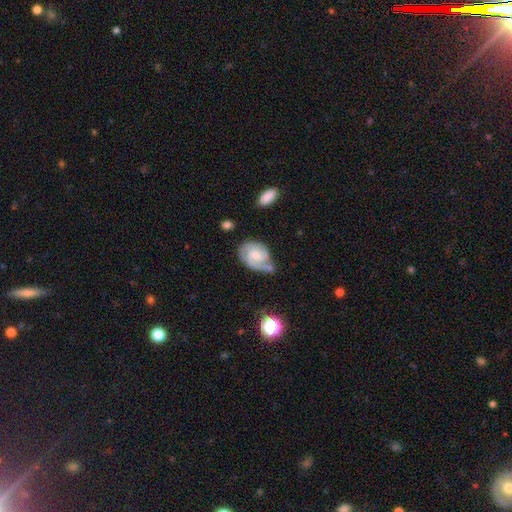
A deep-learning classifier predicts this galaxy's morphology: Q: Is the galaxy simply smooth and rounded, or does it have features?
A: featured or disk — 77%.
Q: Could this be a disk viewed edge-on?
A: no — 98%.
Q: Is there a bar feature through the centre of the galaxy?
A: no — 52%.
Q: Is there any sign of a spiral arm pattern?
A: yes — 95%.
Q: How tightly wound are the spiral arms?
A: tight — 51%.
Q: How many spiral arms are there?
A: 2 — 59%.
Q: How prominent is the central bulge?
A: moderate — 31%.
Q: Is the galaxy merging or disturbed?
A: none — 49%.